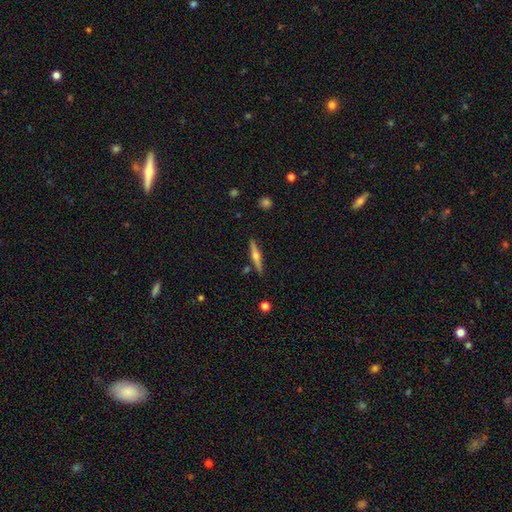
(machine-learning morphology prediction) smooth-or-featured: featured or disk: 69% | smooth: 24% | star or artifact: 6%
  disk-edge-on: yes: 98% | no: 2%
    edge-on-bulge: rounded: 92% | boxy: 4% | none: 4%
  merging: none: 88% | minor disturbance: 7% | merger: 3% | major disturbance: 2%